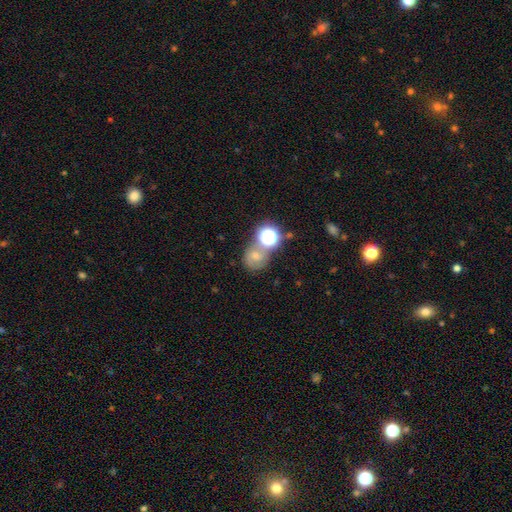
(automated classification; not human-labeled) A smooth galaxy with no disk features (48%).

Vote fractions:
- Smooth or featured? smooth: 48% / featured or disk: 27% / star or artifact: 24%
- Merging? none: 51% / merger: 27% / minor disturbance: 14% / major disturbance: 8%